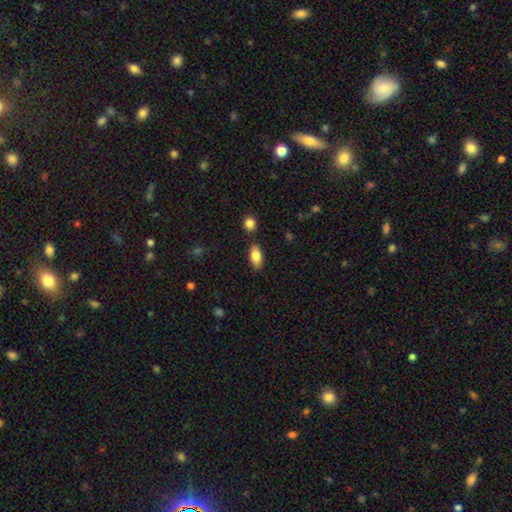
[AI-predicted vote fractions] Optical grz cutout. It shows a smooth galaxy with no disk features (84%) that is in between round and cigar-shaped (90%). Merging: none (81%).